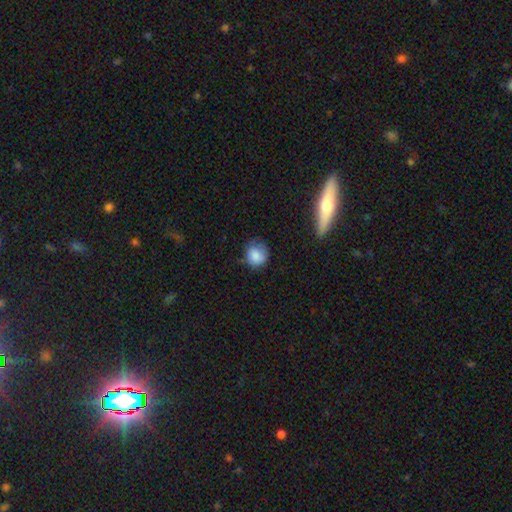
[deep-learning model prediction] smooth-or-featured: smooth: 83% | star or artifact: 9% | featured or disk: 9%
  how-rounded: round: 76% | in between: 24% | cigar-shaped: 1%
  merging: none: 53% | minor disturbance: 33% | major disturbance: 12% | merger: 2%